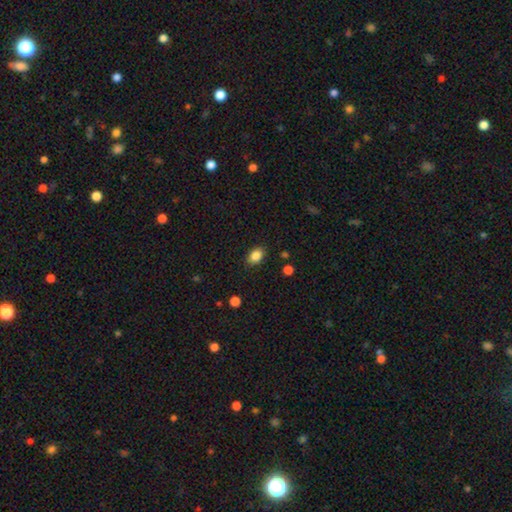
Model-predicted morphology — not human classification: This is clearly a smooth galaxy (87%). How rounded: likely in between (78%). Merging: clearly none (86%).